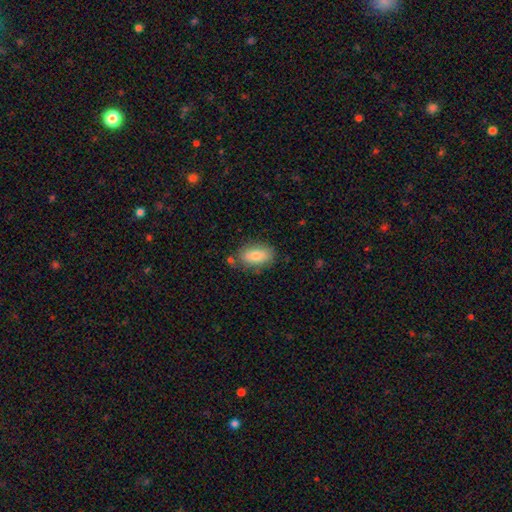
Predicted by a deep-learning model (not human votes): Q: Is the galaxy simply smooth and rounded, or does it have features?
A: smooth — 80%.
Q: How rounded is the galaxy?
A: in between — 90%.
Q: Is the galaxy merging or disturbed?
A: none — 77%.